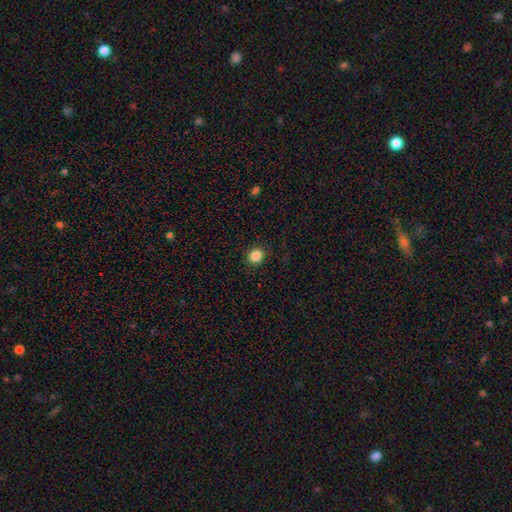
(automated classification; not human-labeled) Morphology: type=smooth (85%); roundness=round (88%); merging=none (91%).